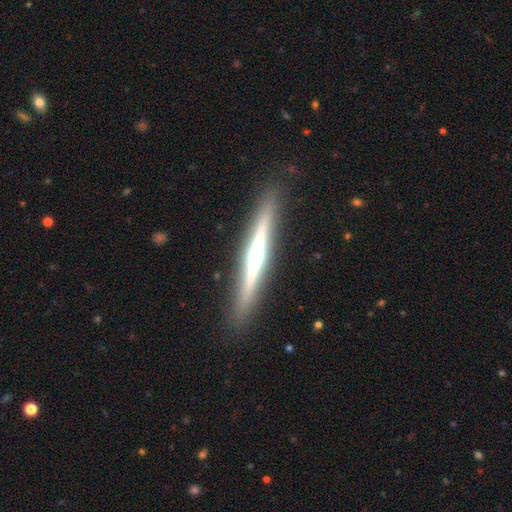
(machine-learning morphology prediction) Smooth or featured: featured or disk — 75% (smooth — 19%)
Edge-on disk: yes — 97% (no — 3%)
Edge-on bulge: rounded — 85% (none — 8%)
Merging: none — 90% (minor disturbance — 7%)